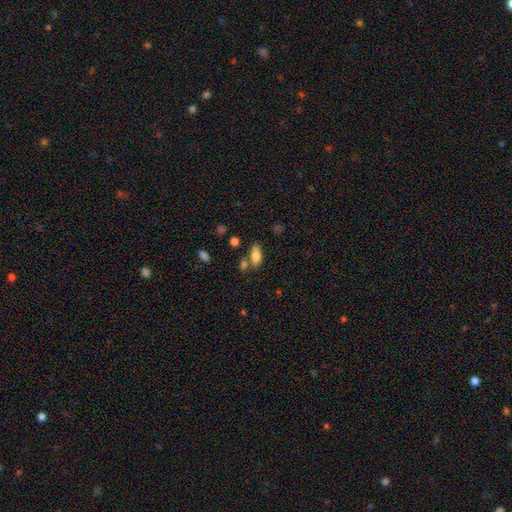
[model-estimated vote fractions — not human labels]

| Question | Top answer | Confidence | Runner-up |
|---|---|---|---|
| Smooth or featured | smooth | 77% | featured or disk (15%) |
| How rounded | in between | 80% | cigar-shaped (18%) |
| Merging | none | 68% | merger (15%) |